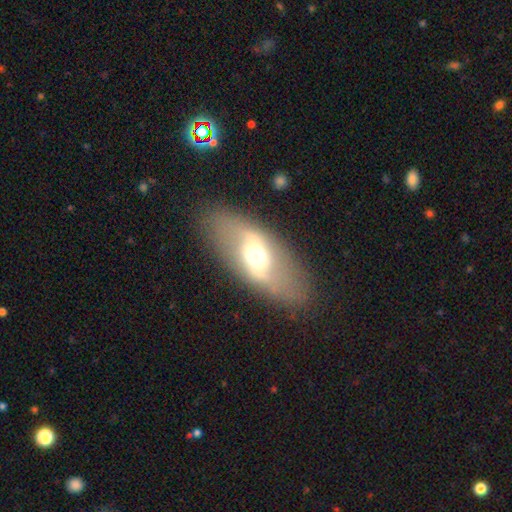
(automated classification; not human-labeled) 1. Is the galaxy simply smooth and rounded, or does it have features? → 57% featured or disk, 36% smooth, 7% star or artifact.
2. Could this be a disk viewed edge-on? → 80% no, 20% yes.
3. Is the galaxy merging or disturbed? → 83% none, 11% minor disturbance, 5% major disturbance, 1% merger.